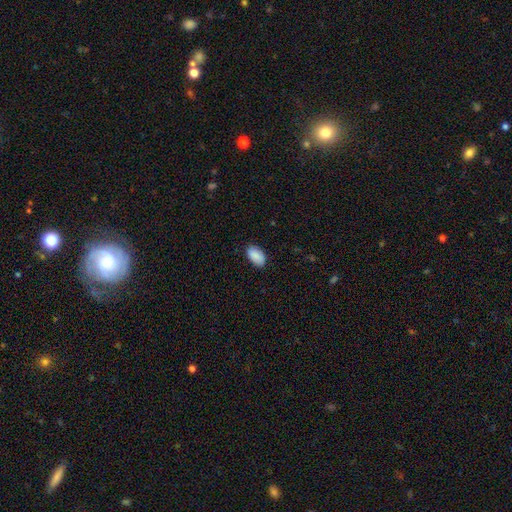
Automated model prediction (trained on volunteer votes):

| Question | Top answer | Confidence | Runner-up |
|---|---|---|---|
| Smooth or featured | smooth | 89% | star or artifact (6%) |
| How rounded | in between | 94% | round (4%) |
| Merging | none | 83% | minor disturbance (14%) |